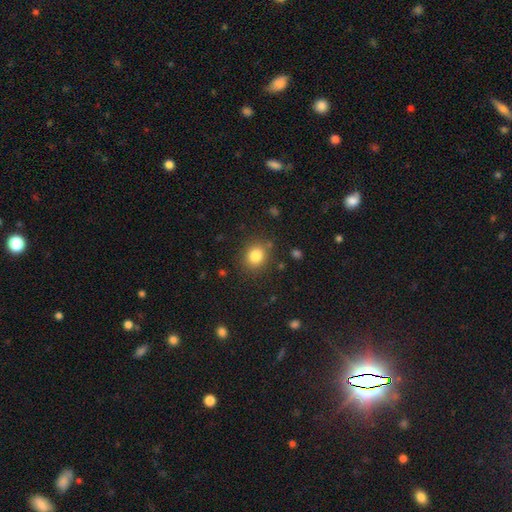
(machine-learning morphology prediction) This appears to be a smooth galaxy with no disk features (82%) that is round (74%). Merging: none (85%).